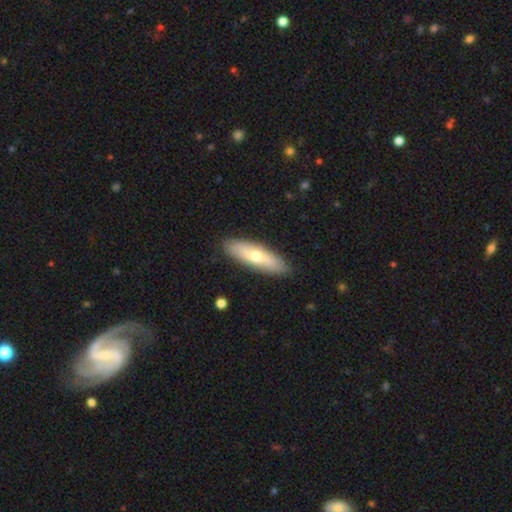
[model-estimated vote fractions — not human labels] This is possibly a smooth galaxy (57%). How rounded: possibly cigar-shaped (53%). Merging: clearly none (88%).